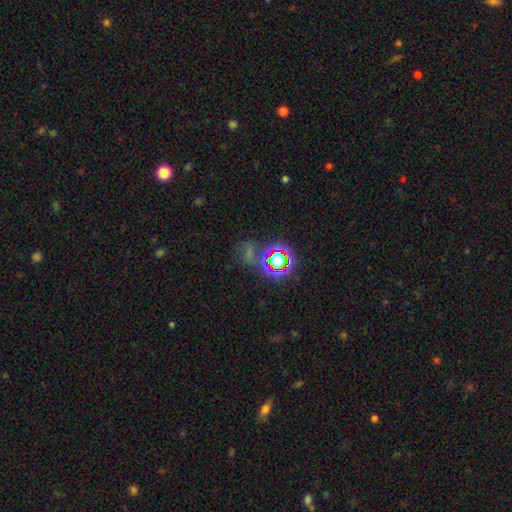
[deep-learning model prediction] The model was most divided on "smooth or featured": star or artifact: 50%, smooth: 33%, featured or disk: 17%.